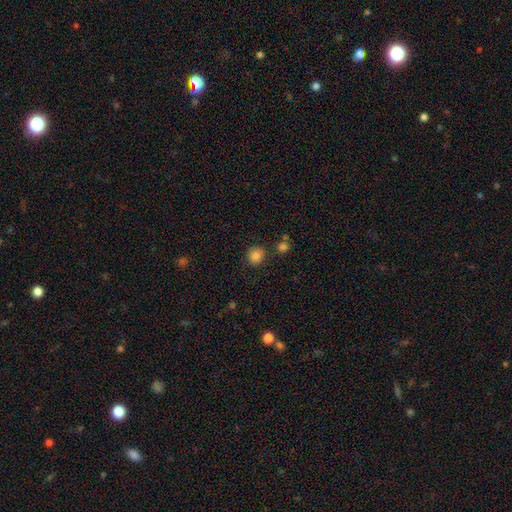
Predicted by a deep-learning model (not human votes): This appears to be a smooth galaxy with no disk features (85%) that is round (88%). Merging: none (83%).